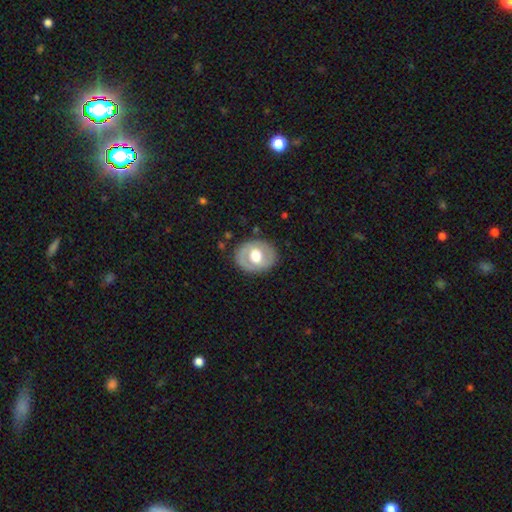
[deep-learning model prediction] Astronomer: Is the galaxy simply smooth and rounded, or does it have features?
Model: featured or disk — 50% (runner-up: smooth, 45%).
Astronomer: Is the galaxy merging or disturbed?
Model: none — 82%.